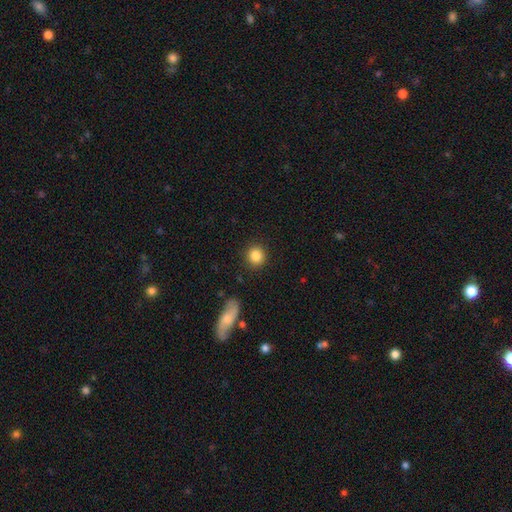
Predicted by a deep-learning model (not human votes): smooth-or-featured: smooth: 86% | star or artifact: 9% | featured or disk: 5%
  how-rounded: round: 88% | in between: 10% | cigar-shaped: 1%
  merging: none: 89% | minor disturbance: 7% | major disturbance: 2% | merger: 2%